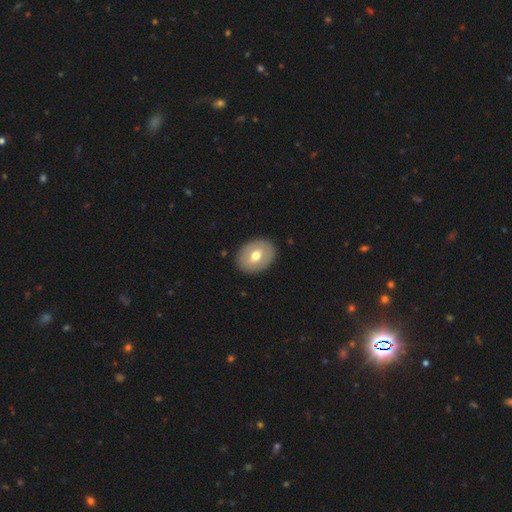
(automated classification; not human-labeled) This appears to be a smooth galaxy with no disk features (63%) that is in between round and cigar-shaped (65%). Merging: none (88%).